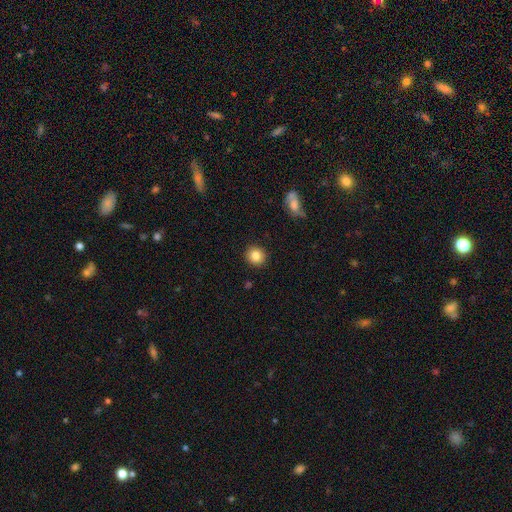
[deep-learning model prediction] This is clearly a smooth galaxy (84%). How rounded: clearly round (88%). Merging: clearly none (91%).